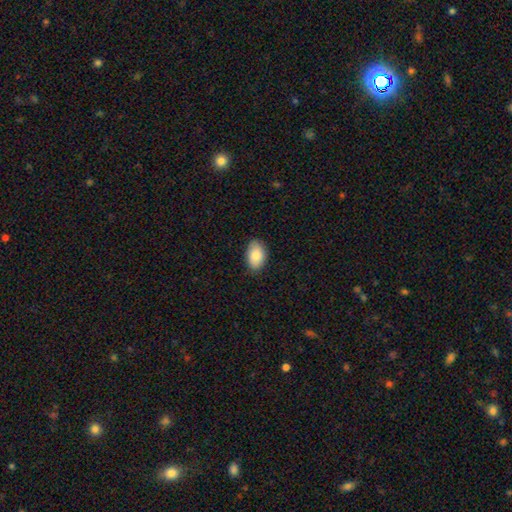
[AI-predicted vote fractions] smooth_or_featured: smooth (p=0.87) [alt: featured or disk p=0.07]
how_rounded: in between (p=0.92) [alt: round p=0.07]
merging: none (p=0.85) [alt: minor disturbance p=0.12]